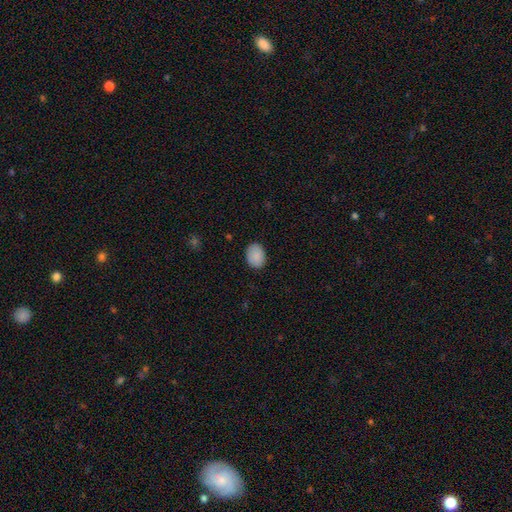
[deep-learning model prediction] Smooth or featured?
  - smooth: 89% *
  - star or artifact: 7%
  - featured or disk: 4%
How rounded?
  - in between: 68% *
  - round: 31%
  - cigar-shaped: 1%
Merging?
  - none: 87% *
  - minor disturbance: 10%
  - major disturbance: 2%
  - merger: 1%